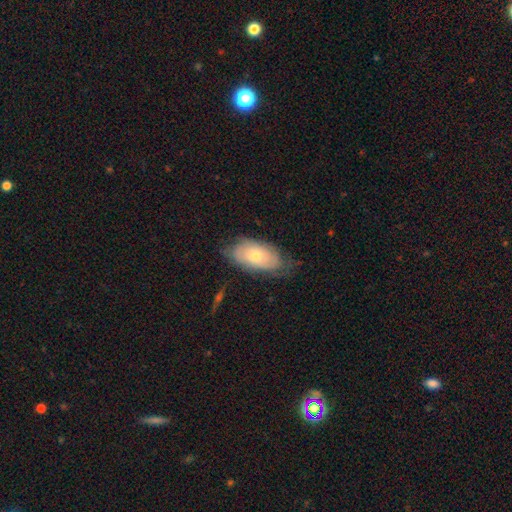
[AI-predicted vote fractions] Morphology: type=smooth (53%); roundness=in between (92%); merging=none (65%).